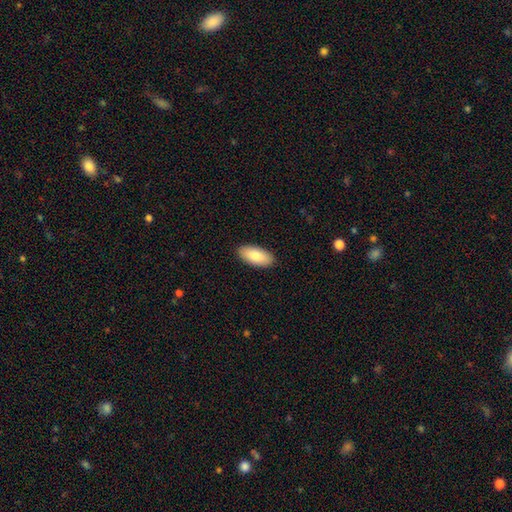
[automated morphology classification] A smooth galaxy with no disk features (86%) that is in between round and cigar-shaped (91%).

Vote fractions:
- Smooth or featured? smooth: 86% / featured or disk: 9% / star or artifact: 6%
- How rounded? in between: 91% / cigar-shaped: 7% / round: 2%
- Merging? none: 90% / minor disturbance: 7% / major disturbance: 2% / merger: 1%